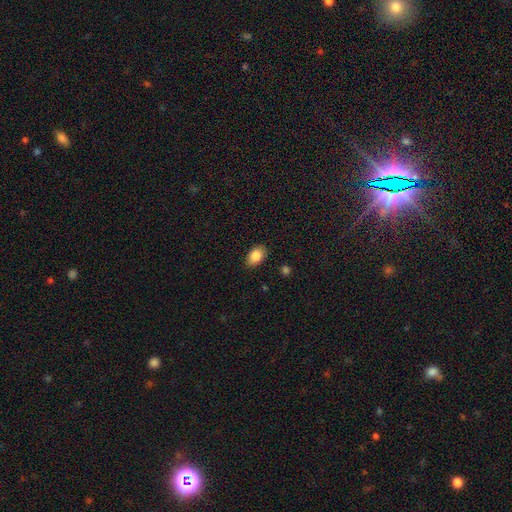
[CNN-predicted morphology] Smooth or featured: smooth — 84% (featured or disk — 8%)
How rounded: in between — 87% (round — 12%)
Merging: none — 85% (minor disturbance — 11%)